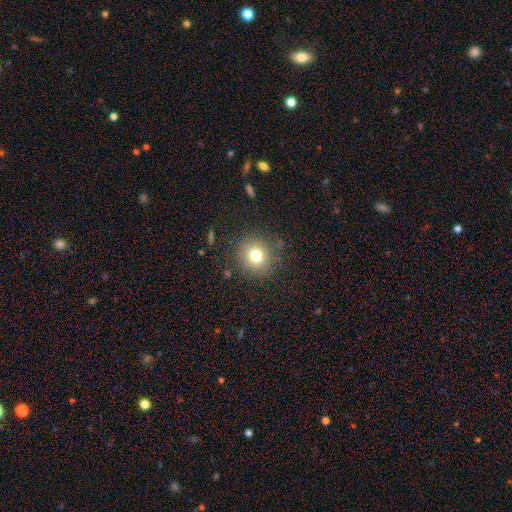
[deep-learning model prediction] smooth-or-featured: smooth: 76% | star or artifact: 14% | featured or disk: 10%
  how-rounded: round: 87% | in between: 12% | cigar-shaped: 1%
  merging: none: 83% | minor disturbance: 11% | major disturbance: 4% | merger: 1%